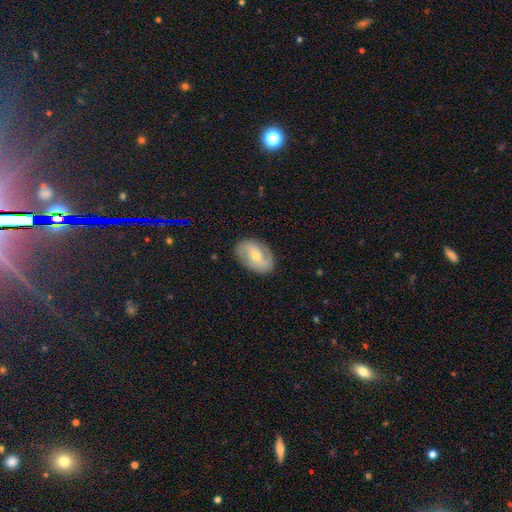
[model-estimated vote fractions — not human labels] The model was most divided on "bar": no: 42%, weak: 39%, strong: 19%. Remaining: edge-on disk — no (95%); merging — none (82%); spiral arm count — 2 (81%); spiral arms — yes (80%); smooth or featured — featured or disk (67%); bulge size — small (52%); spiral winding — medium (41%).